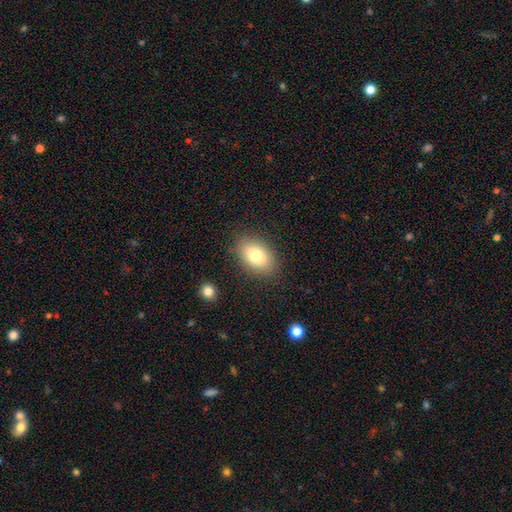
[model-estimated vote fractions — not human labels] This appears to be a smooth galaxy with no disk features (78%) that is in between round and cigar-shaped (88%). Merging: none (84%).